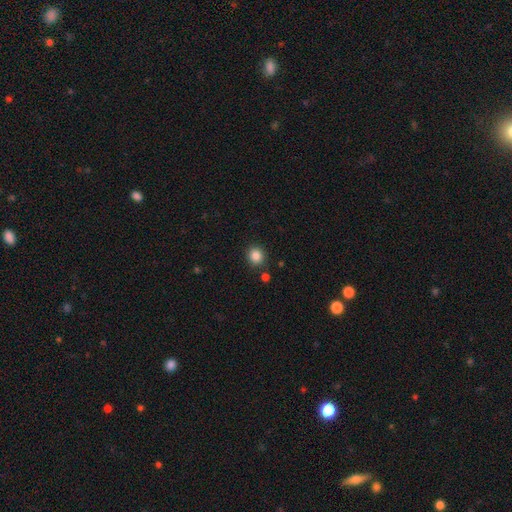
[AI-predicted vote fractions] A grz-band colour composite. It shows a smooth galaxy with no disk features (86%) that is round (84%). Merging: none (86%).